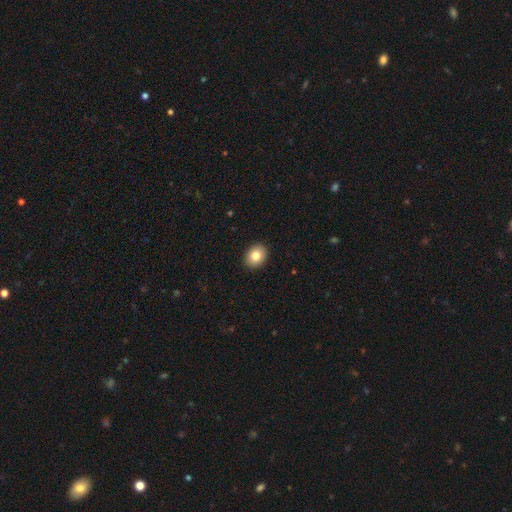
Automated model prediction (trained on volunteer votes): This is clearly a smooth galaxy (82%). How rounded: possibly in between (51%). Merging: clearly none (91%).